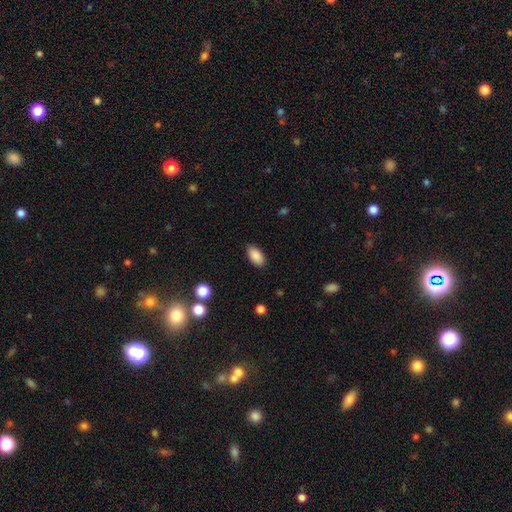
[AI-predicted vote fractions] Smooth or featured?
  - smooth: 88% *
  - star or artifact: 8%
  - featured or disk: 4%
How rounded?
  - in between: 93% *
  - round: 4%
  - cigar-shaped: 3%
Merging?
  - none: 87% *
  - minor disturbance: 10%
  - major disturbance: 2%
  - merger: 1%